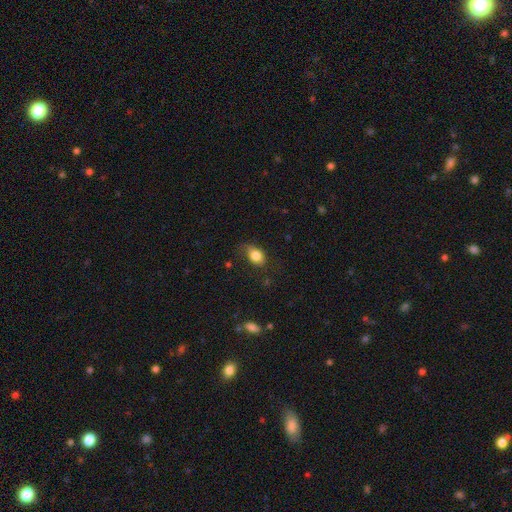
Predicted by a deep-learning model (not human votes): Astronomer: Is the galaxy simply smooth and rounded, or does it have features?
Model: smooth — 83%.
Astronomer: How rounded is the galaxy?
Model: in between — 76%.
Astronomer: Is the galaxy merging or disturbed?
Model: none — 62%.